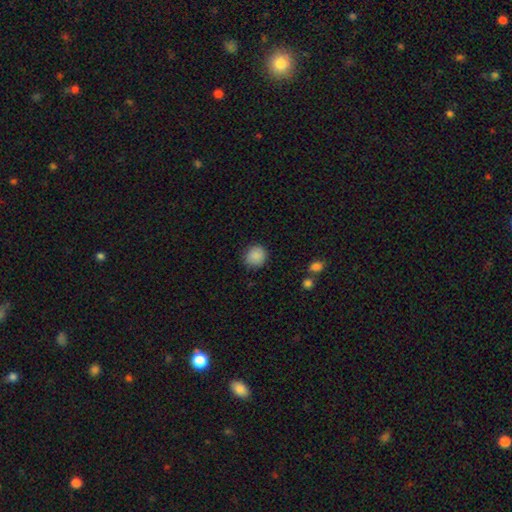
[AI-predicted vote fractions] This is clearly a smooth galaxy (88%). How rounded: clearly round (90%). Merging: clearly none (88%).